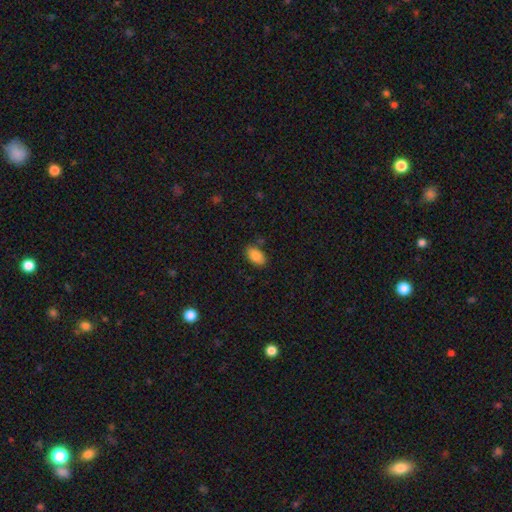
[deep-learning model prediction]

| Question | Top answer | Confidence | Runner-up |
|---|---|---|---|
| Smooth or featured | smooth | 86% | star or artifact (8%) |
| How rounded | in between | 92% | round (6%) |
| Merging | none | 80% | minor disturbance (14%) |